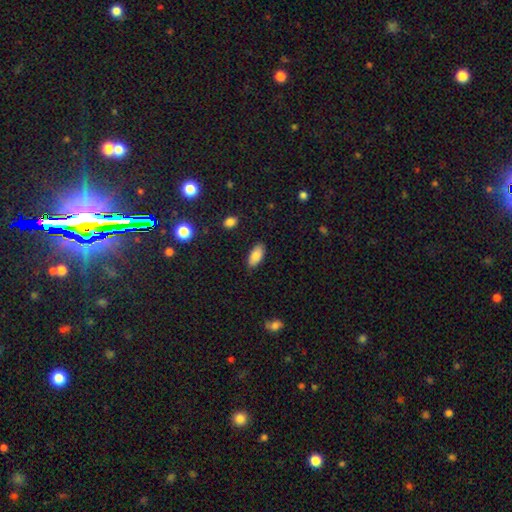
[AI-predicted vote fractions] Overall: smooth (85%). How rounded: in between (91%). Merging: none (84%).